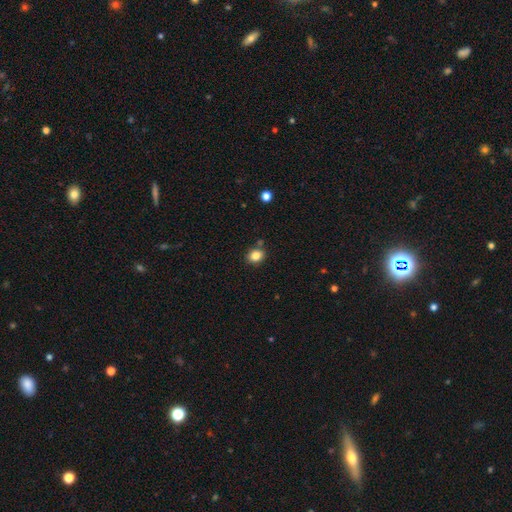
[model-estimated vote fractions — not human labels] This is clearly a smooth galaxy (84%). How rounded: possibly round (55%). Merging: clearly none (81%).